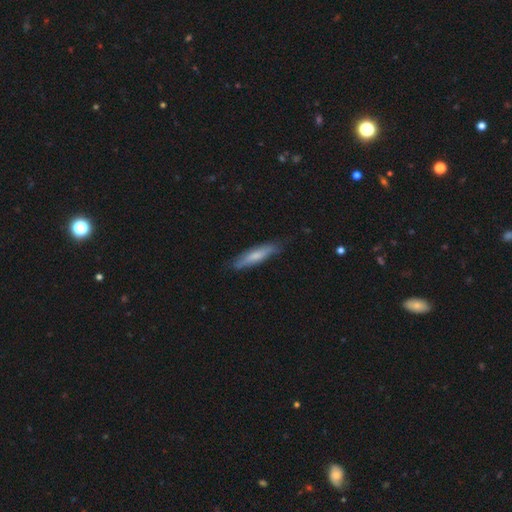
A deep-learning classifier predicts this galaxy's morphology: A smooth galaxy with no disk features (64%) that is cigar-shaped (80%). Merging: none (79%).